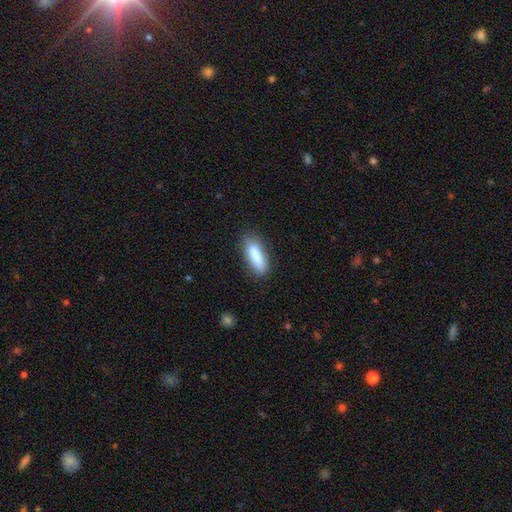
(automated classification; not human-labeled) Smooth or featured? Predicted: smooth (p=0.82). How rounded? Predicted: in between (p=0.49, tied with cigar-shaped). Merging? Predicted: none (p=0.80).